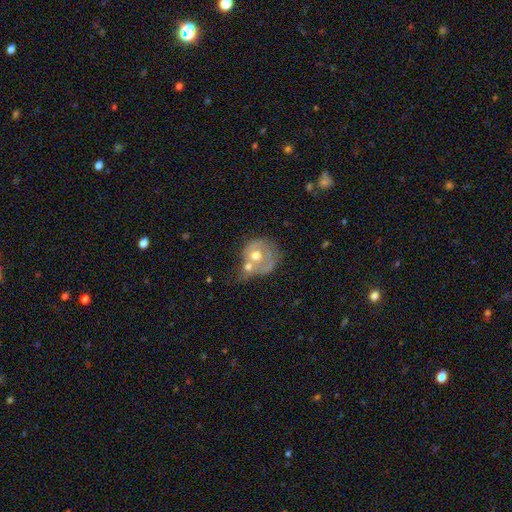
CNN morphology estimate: This appears to be a featured or disk galaxy (50%). Merging: merger (47%).